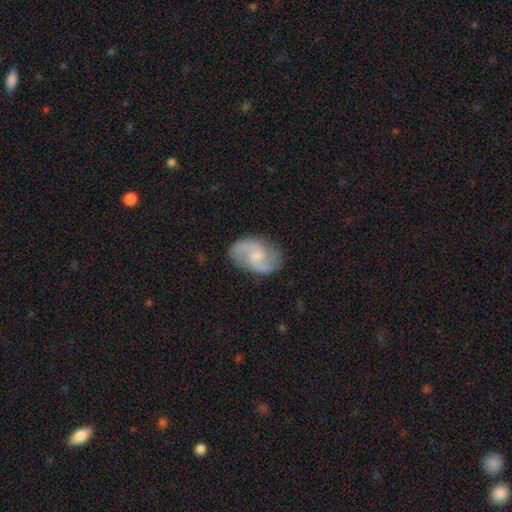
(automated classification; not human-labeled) Overall: featured or disk (77%). Edge-on disk: no (97%). Bar: no (52%; weak 42%). Spiral arms: yes (95%). Spiral arm count: 2 (90%). Spiral winding: medium (49%; loose 34%). Bulge size: small (51%; moderate 34%). Merging: none (80%).